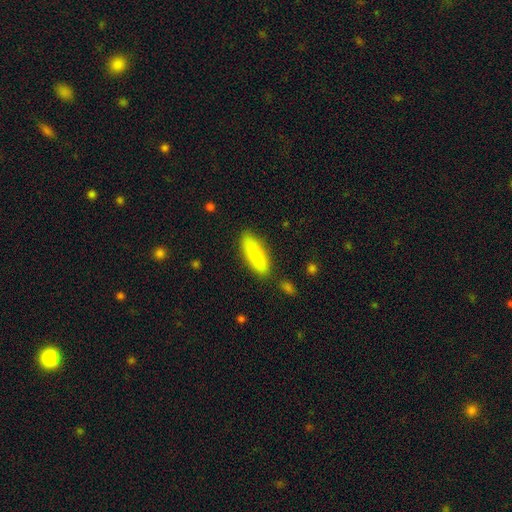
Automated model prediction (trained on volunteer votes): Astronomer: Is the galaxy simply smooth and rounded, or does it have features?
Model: smooth — 77%.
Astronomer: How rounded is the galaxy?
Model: in between — 51% (runner-up: cigar-shaped, 47%).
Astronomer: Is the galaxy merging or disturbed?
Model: none — 77%.